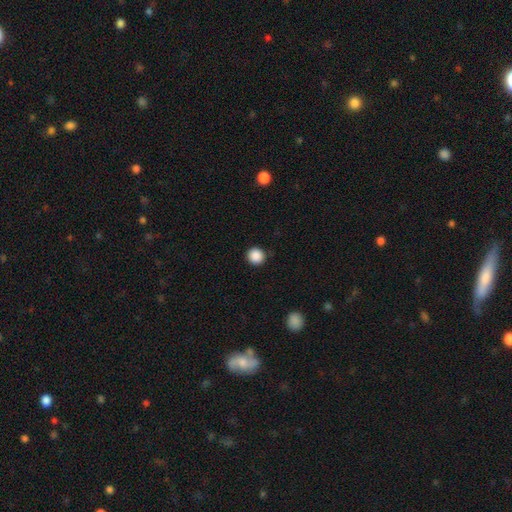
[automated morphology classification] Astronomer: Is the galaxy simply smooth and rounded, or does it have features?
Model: smooth — 88%.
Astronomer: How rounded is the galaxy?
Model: round — 95%.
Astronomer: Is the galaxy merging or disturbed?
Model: none — 91%.